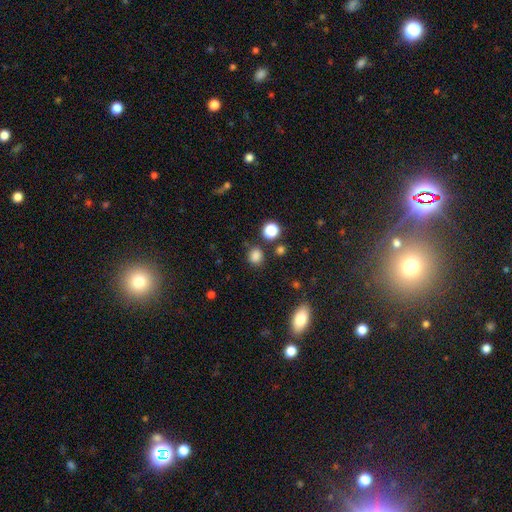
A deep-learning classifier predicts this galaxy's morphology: The model was most divided on "how rounded": round: 76%, in between: 23%, cigar-shaped: 1%. More confident: smooth or featured — smooth (82%); merging — none (82%).